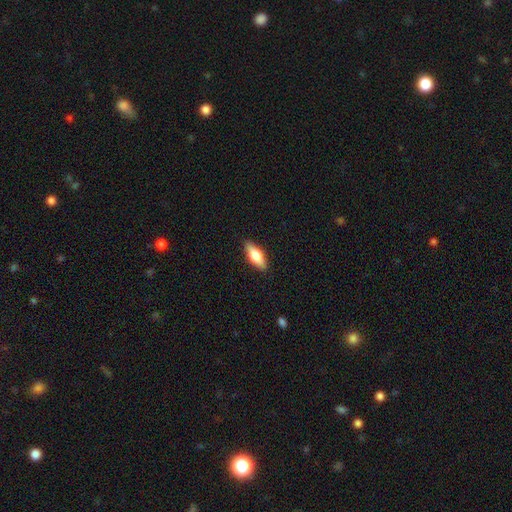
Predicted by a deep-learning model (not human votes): Smooth or featured? smooth (63%)
How rounded? in between (67%)
Merging? none (88%)